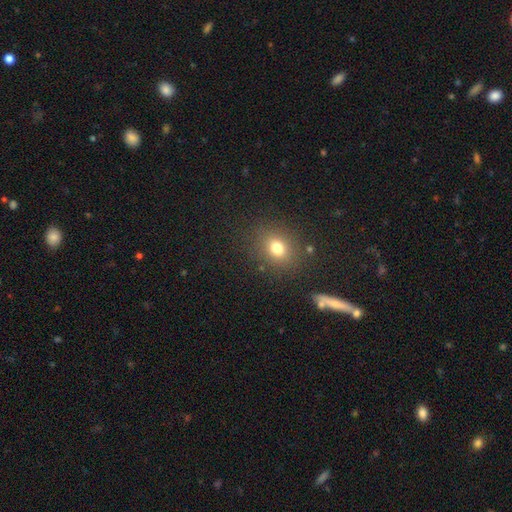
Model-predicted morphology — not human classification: A smooth galaxy with no disk features (62%) that is round (81%).

Vote fractions:
- Smooth or featured? smooth: 62% / star or artifact: 30% / featured or disk: 9%
- How rounded? round: 81% / in between: 18% / cigar-shaped: 2%
- Merging? none: 87% / minor disturbance: 7% / merger: 4% / major disturbance: 3%